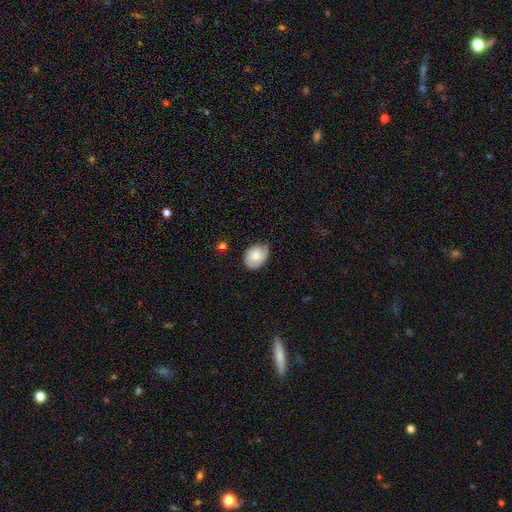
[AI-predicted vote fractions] Smooth or featured: smooth — 76% (featured or disk — 17%)
How rounded: in between — 67% (round — 32%)
Merging: none — 67% (minor disturbance — 28%)